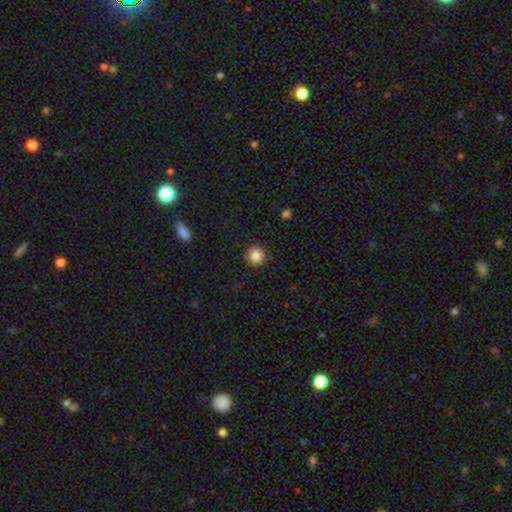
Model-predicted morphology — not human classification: Smooth or featured?
  - smooth: 85% *
  - star or artifact: 11%
  - featured or disk: 4%
How rounded?
  - round: 93% *
  - in between: 6%
  - cigar-shaped: 1%
Merging?
  - none: 89% *
  - minor disturbance: 7%
  - major disturbance: 2%
  - merger: 1%